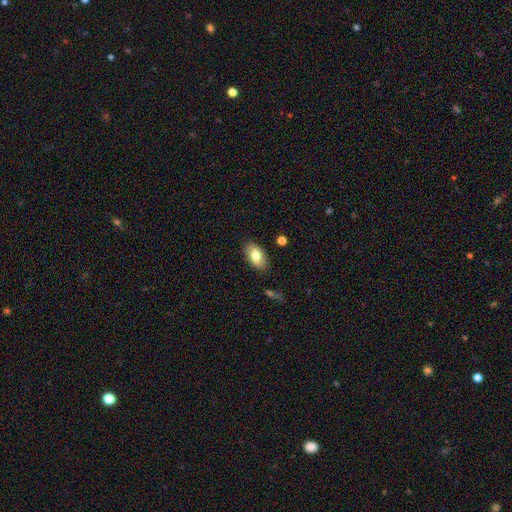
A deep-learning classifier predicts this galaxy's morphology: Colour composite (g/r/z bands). It shows a smooth galaxy with no disk features (78%) that is in between round and cigar-shaped (93%). Merging: none (86%).